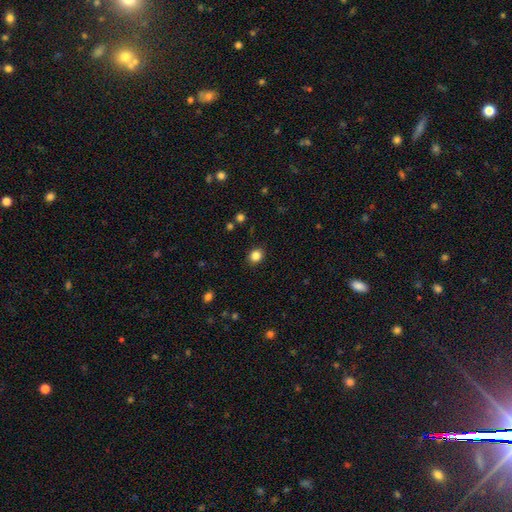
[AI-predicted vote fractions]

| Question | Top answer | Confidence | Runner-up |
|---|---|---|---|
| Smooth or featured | smooth | 85% | star or artifact (11%) |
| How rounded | round | 74% | in between (25%) |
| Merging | none | 90% | minor disturbance (7%) |